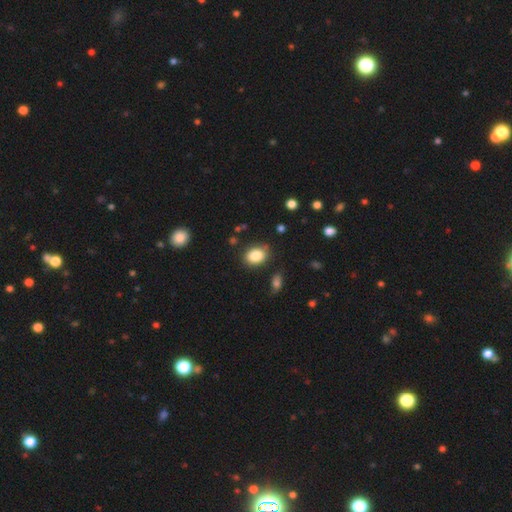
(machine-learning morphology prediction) smooth-or-featured: smooth: 85% | star or artifact: 9% | featured or disk: 6%
  how-rounded: in between: 66% | round: 33% | cigar-shaped: 1%
  merging: none: 80% | minor disturbance: 14% | major disturbance: 3% | merger: 3%